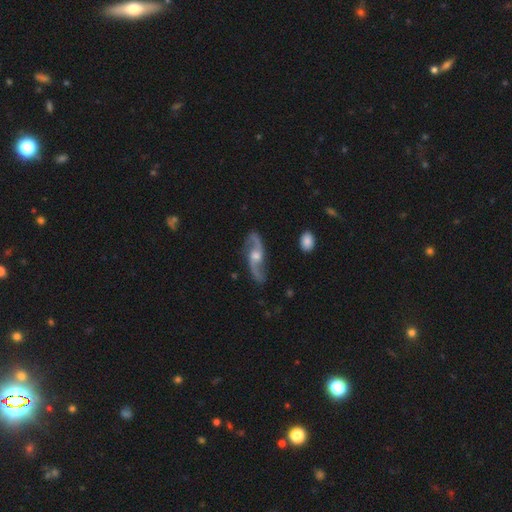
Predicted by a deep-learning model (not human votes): smooth_or_featured: featured or disk (p=0.90) [alt: smooth p=0.05]
disk_edge_on: no (p=0.93) [alt: yes p=0.07]
bar: no (p=0.55) [alt: weak p=0.36]
has_spiral_arms: yes (p=0.97) [alt: no p=0.03]
spiral_winding: loose (p=0.65) [alt: medium p=0.28]
spiral_arm_count: 2 (p=0.94) [alt: can't tell p=0.02]
bulge_size: moderate (p=0.66) [alt: small p=0.21]
merging: none (p=0.82) [alt: minor disturbance p=0.12]